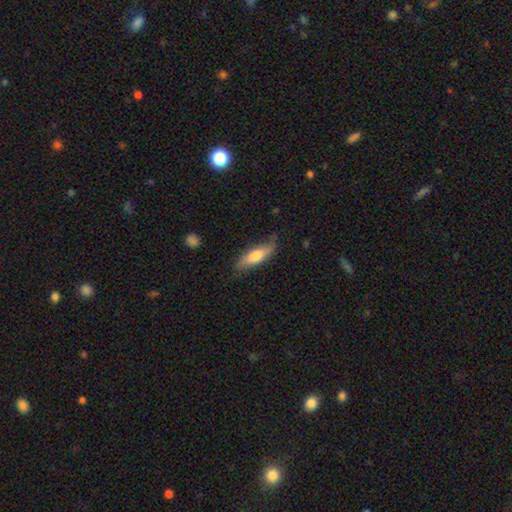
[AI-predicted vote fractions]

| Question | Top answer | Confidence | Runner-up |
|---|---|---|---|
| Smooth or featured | smooth | 66% | featured or disk (28%) |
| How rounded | cigar-shaped | 53% | in between (45%) |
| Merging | none | 70% | minor disturbance (23%) |